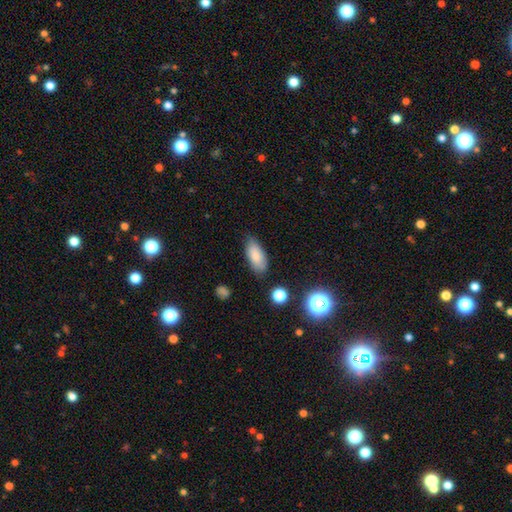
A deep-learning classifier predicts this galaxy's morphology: Smooth or featured? Predicted: smooth (p=0.82). How rounded? Predicted: in between (p=0.84). Merging? Predicted: none (p=0.78).